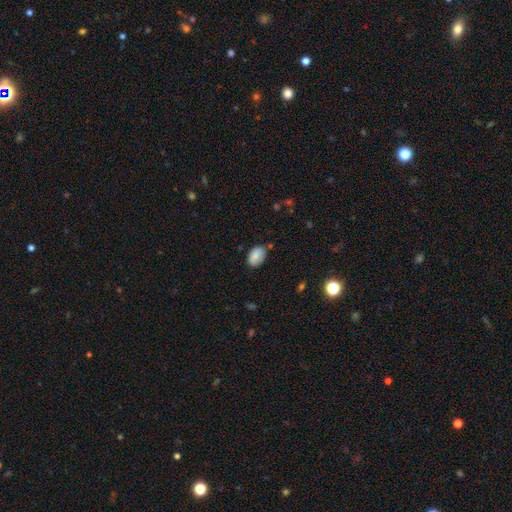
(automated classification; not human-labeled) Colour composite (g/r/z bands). It shows a smooth galaxy with no disk features (84%) that is in between round and cigar-shaped (88%). Merging: none (72%).